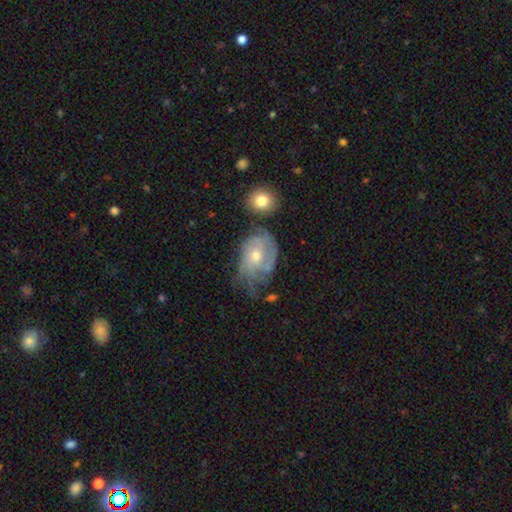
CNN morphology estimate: Smooth or featured? featured or disk (67%)
Edge-on disk? no (96%)
Bar? no (77%)
Spiral arms? yes (78%)
Spiral winding? tight (54%)
Spiral arm count? can't tell (51%)
Bulge size? moderate (58%)
Merging? none (40%)